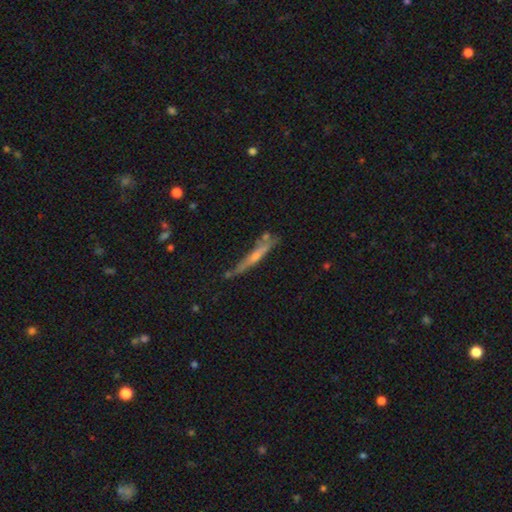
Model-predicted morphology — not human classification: Smooth or featured? featured or disk (60%)
Edge-on disk? yes (92%)
Edge-on bulge? rounded (56%)
Merging? none (69%)